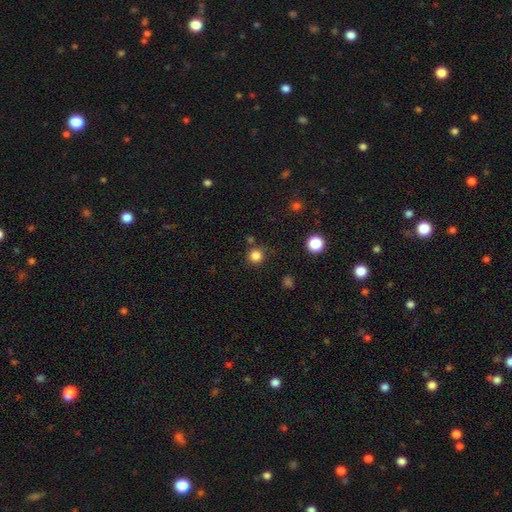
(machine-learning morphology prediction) smooth-or-featured: smooth: 83% | star or artifact: 13% | featured or disk: 4%
  how-rounded: round: 95% | in between: 4% | cigar-shaped: 1%
  merging: none: 83% | minor disturbance: 8% | merger: 6% | major disturbance: 3%